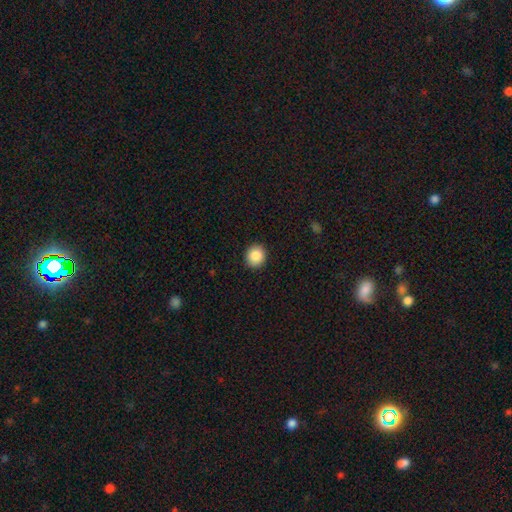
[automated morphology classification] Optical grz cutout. It shows a smooth galaxy with no disk features (87%) that is round (85%). Merging: none (91%).